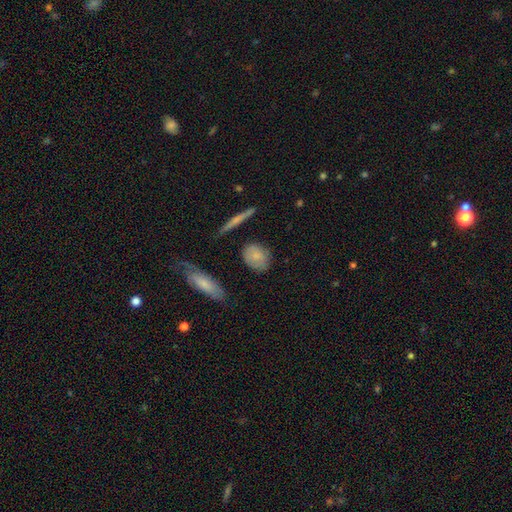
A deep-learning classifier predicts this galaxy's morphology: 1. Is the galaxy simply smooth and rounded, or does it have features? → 77% smooth, 16% featured or disk, 7% star or artifact.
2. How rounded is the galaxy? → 51% in between, 44% round, 5% cigar-shaped.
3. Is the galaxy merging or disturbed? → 75% none, 18% minor disturbance, 5% major disturbance, 3% merger.